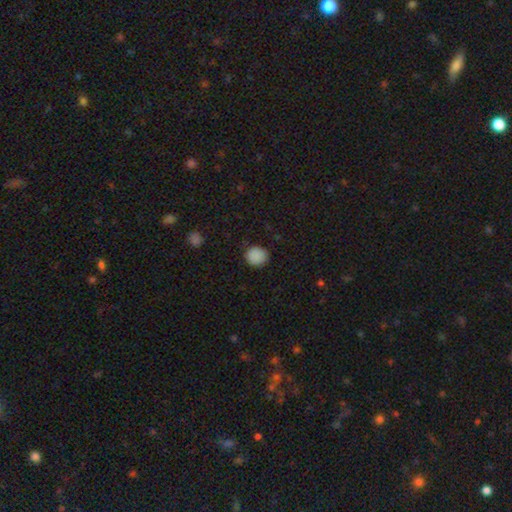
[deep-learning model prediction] This is clearly a smooth galaxy (88%). How rounded: clearly round (86%). Merging: clearly none (87%).